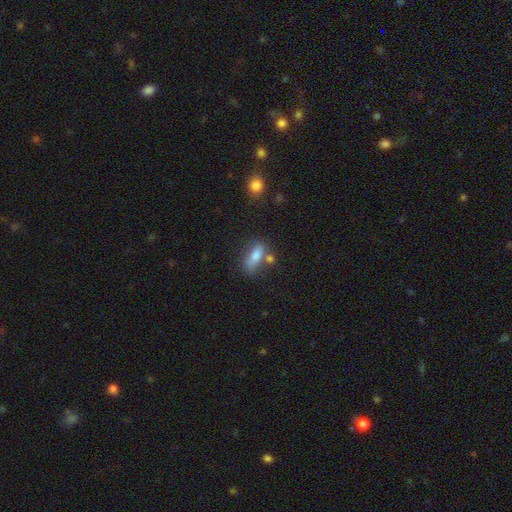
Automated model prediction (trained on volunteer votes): Smooth or featured: smooth — 75% (featured or disk — 17%)
How rounded: in between — 70% (cigar-shaped — 25%)
Merging: none — 56% (merger — 19%)